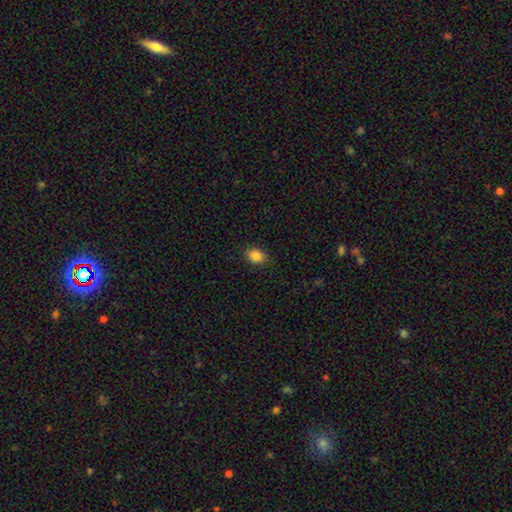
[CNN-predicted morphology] Overall: smooth (86%). How rounded: in between (62%; round 37%). Merging: none (89%).